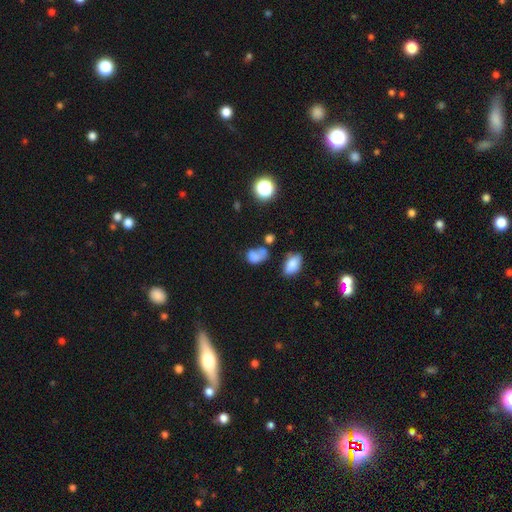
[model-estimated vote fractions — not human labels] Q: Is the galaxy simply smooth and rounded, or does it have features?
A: smooth — 72%.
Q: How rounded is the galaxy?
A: in between — 70%.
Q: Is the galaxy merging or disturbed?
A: none — 30%.